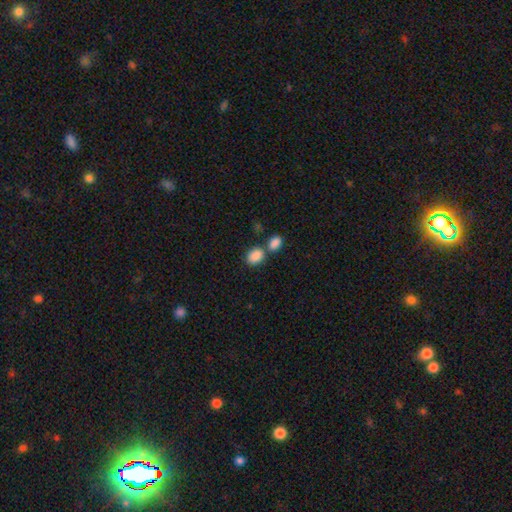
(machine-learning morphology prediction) The model was most divided on "merging": none: 47%, merger: 39%, minor disturbance: 10%, major disturbance: 4%. More confident: smooth or featured — smooth (87%); how rounded — in between (68%).